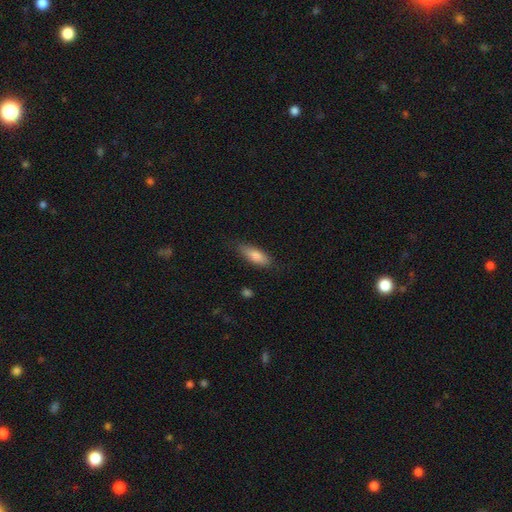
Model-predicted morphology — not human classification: Smooth or featured: smooth — 80% (featured or disk — 14%)
How rounded: in between — 62% (cigar-shaped — 36%)
Merging: none — 78% (minor disturbance — 17%)